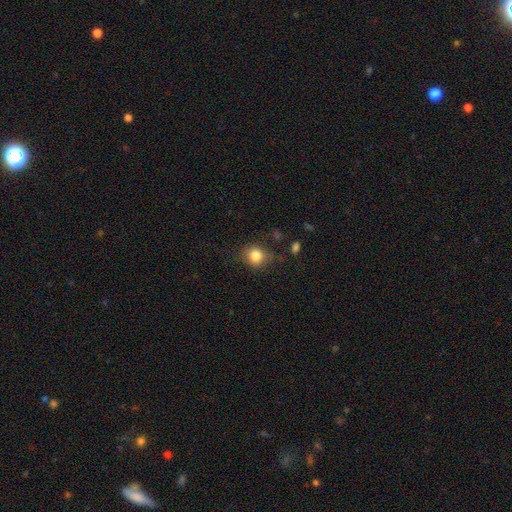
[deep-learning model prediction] Smooth or featured? smooth (82%)
How rounded? round (73%)
Merging? none (75%)